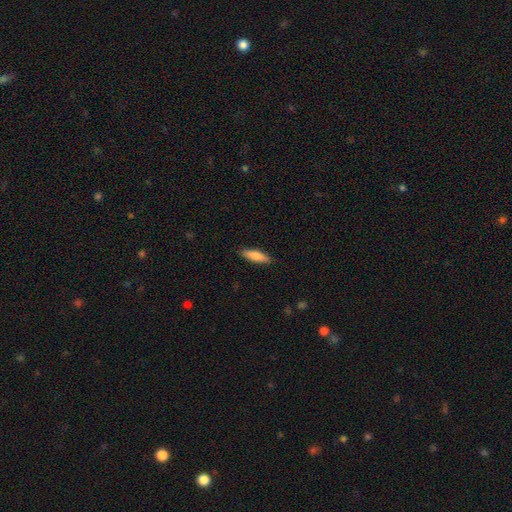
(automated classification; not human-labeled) Smooth or featured: smooth — 79% (featured or disk — 15%)
How rounded: cigar-shaped — 64% (in between — 34%)
Merging: none — 89% (minor disturbance — 9%)